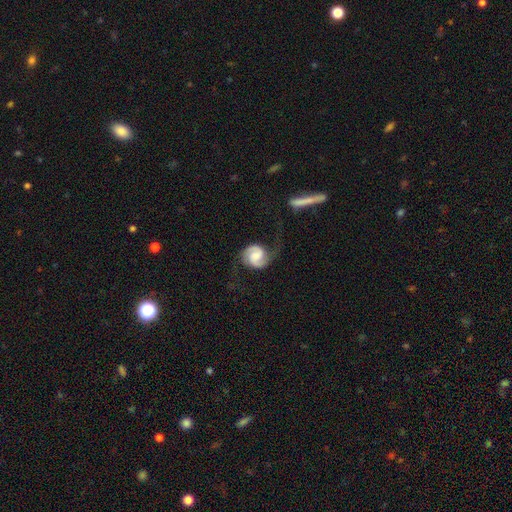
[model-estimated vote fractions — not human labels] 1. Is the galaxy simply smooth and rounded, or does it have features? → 80% featured or disk, 14% smooth, 6% star or artifact.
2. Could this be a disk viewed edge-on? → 98% no, 2% yes.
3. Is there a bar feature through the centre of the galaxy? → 45% weak, 41% no, 13% strong.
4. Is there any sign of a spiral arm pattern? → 97% yes, 3% no.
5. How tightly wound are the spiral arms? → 47% medium, 28% loose, 24% tight.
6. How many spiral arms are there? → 91% 2, 3% 1, 3% can't tell, 1% 3, 1% 4, 1% more than 4.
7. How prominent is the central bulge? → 42% moderate, 23% small, 18% none, 14% large, 3% dominant.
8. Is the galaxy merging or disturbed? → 61% none, 19% minor disturbance, 17% major disturbance, 2% merger.